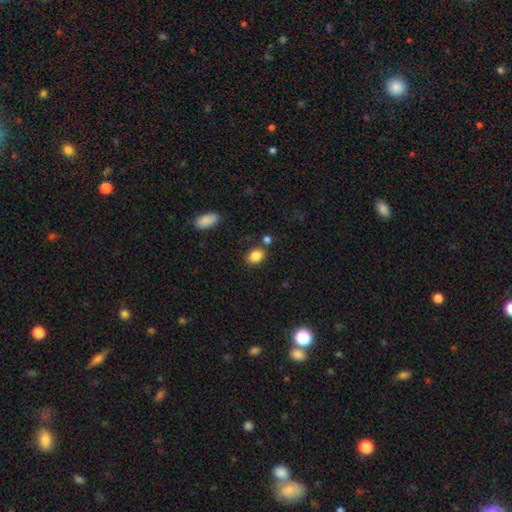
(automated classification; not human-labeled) Morphology: type=smooth (86%); roundness=in between (73%); merging=none (76%).